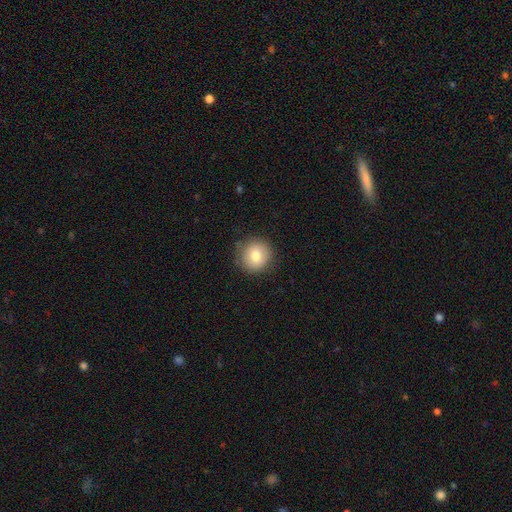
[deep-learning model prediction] A smooth galaxy with no disk features (79%) that is round (92%).

Vote fractions:
- Smooth or featured? smooth: 79% / featured or disk: 12% / star or artifact: 9%
- How rounded? round: 92% / in between: 7% / cigar-shaped: 1%
- Merging? none: 86% / minor disturbance: 11% / major disturbance: 3% / merger: 1%